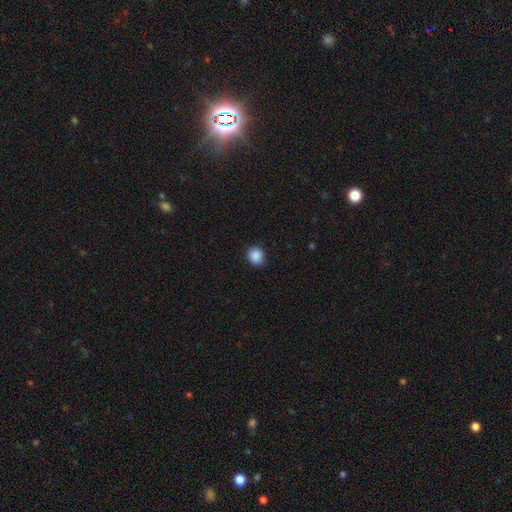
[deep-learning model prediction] smooth_or_featured: smooth (p=0.88) [alt: star or artifact p=0.09]
how_rounded: round (p=0.81) [alt: in between p=0.18]
merging: none (p=0.89) [alt: minor disturbance p=0.08]